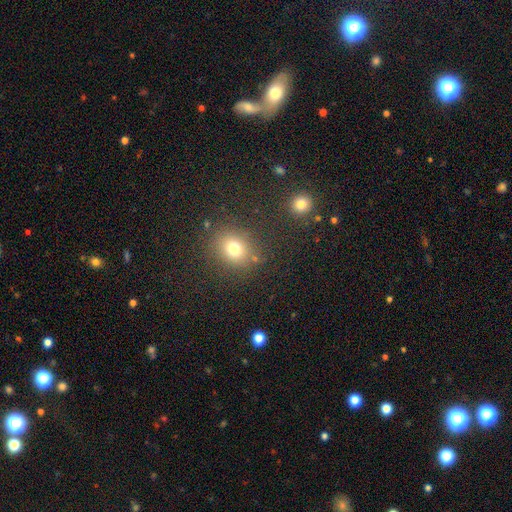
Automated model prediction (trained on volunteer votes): A smooth galaxy with no disk features (62%) that is round (77%). Merging: none (83%).